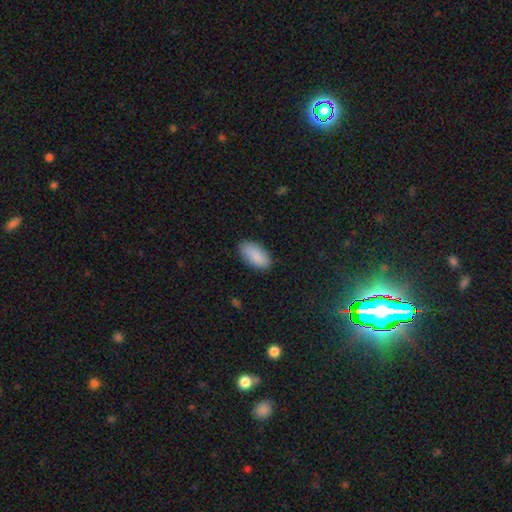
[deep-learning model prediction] Smooth or featured? Predicted: smooth (p=0.89). How rounded? Predicted: in between (p=0.93). Merging? Predicted: none (p=0.85).